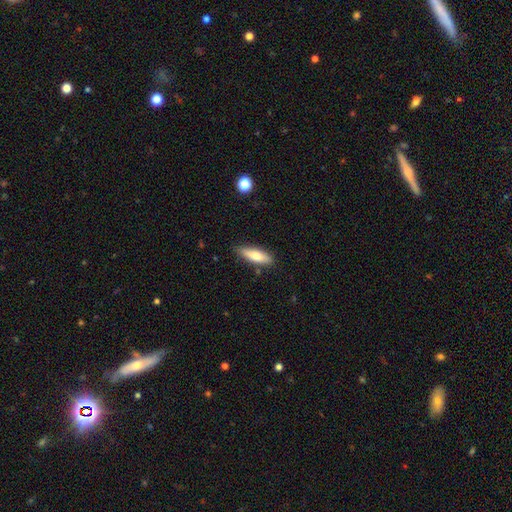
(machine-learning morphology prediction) smooth-or-featured: smooth: 71% | featured or disk: 22% | star or artifact: 6%
  how-rounded: cigar-shaped: 50% | in between: 48% | round: 2%
  merging: none: 83% | minor disturbance: 13% | major disturbance: 2% | merger: 2%